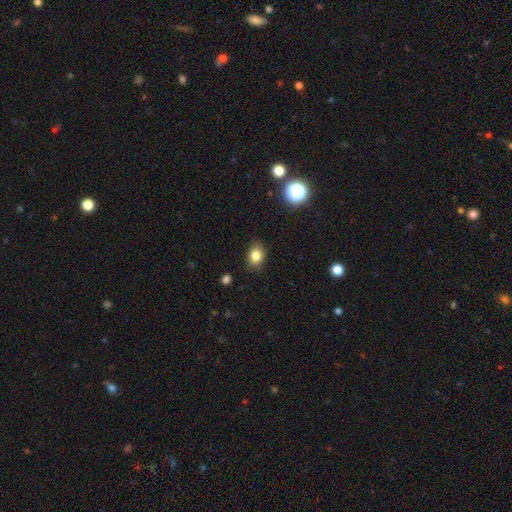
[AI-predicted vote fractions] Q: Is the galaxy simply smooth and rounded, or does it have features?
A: smooth — 82%.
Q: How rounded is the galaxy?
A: in between — 56%.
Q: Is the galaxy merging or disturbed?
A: none — 83%.